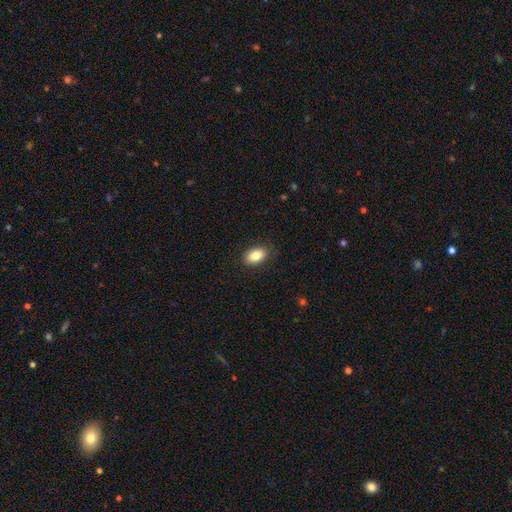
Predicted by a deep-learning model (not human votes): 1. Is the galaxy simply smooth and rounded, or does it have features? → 84% smooth, 8% featured or disk, 8% star or artifact.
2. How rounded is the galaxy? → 90% in between, 8% round, 2% cigar-shaped.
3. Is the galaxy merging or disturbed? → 86% none, 11% minor disturbance, 2% major disturbance, 1% merger.